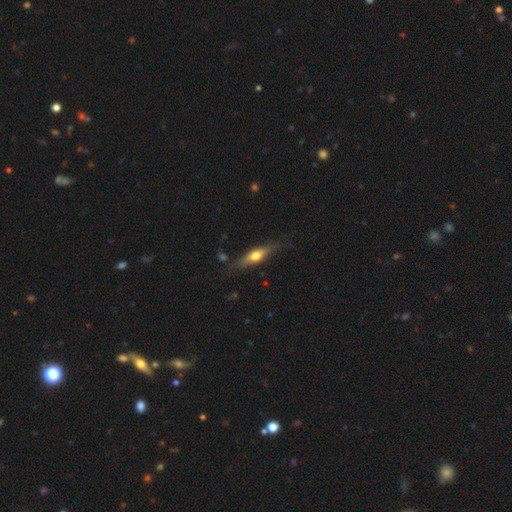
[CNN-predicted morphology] Overall: featured or disk (50%; smooth 44%). Edge-on disk: yes (88%). Merging: none (77%).